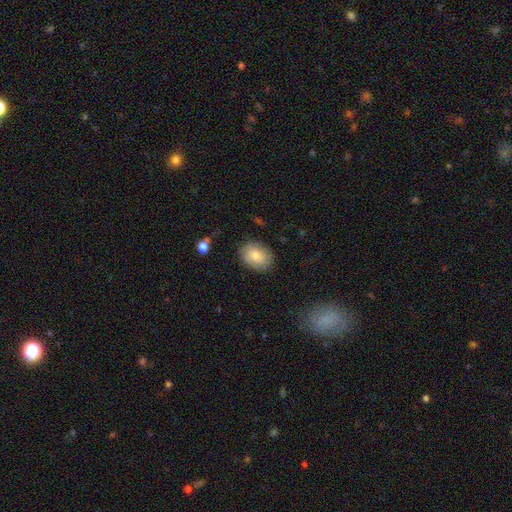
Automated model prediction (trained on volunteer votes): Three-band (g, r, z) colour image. It shows a smooth galaxy with no disk features (81%) that is in between round and cigar-shaped (75%). Merging: none (82%).